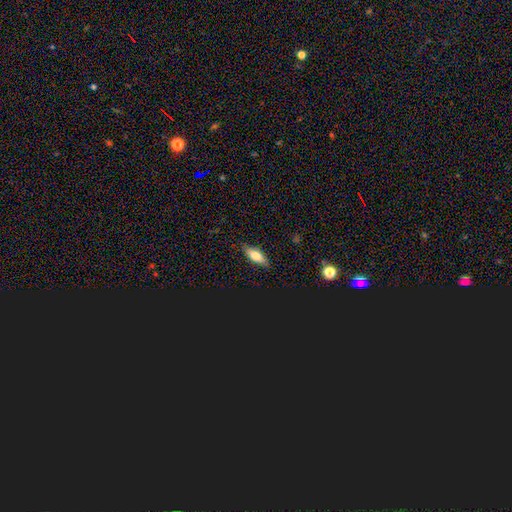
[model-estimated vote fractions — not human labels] smooth-or-featured: smooth: 68% | featured or disk: 23% | star or artifact: 9%
  how-rounded: in between: 68% | cigar-shaped: 29% | round: 3%
  merging: none: 85% | minor disturbance: 11% | major disturbance: 2% | merger: 1%